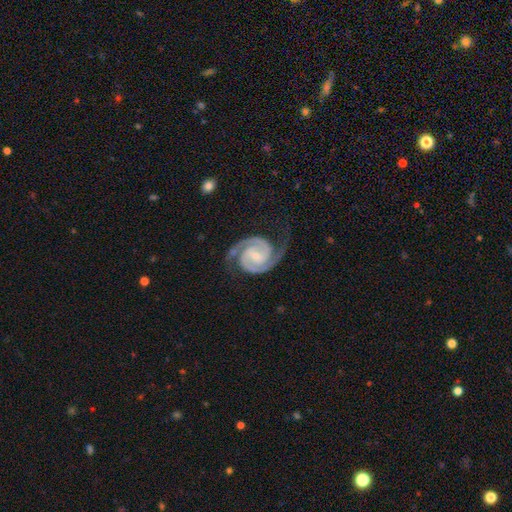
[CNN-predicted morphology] This appears to be a featured or disk galaxy (94%) with a weak bar (42%), 2 (94%) tight (55%) spiral arms (99%) and a small central bulge (62%). Merging: none (79%).